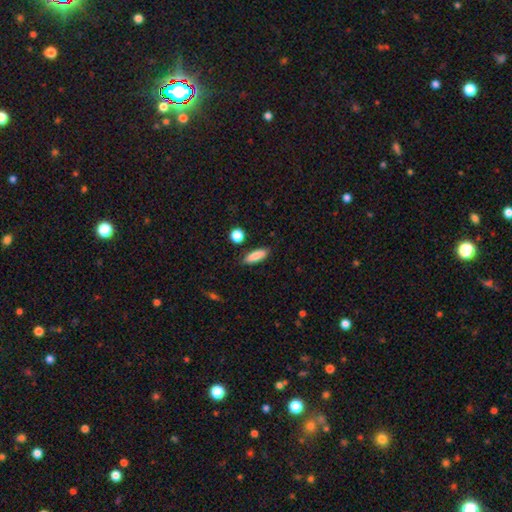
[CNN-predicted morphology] Q: Smooth or featured?
A: smooth (85%); runner-up: featured or disk (8%)
Q: How rounded?
A: in between (55%); runner-up: cigar-shaped (42%)
Q: Merging?
A: none (85%); runner-up: minor disturbance (11%)